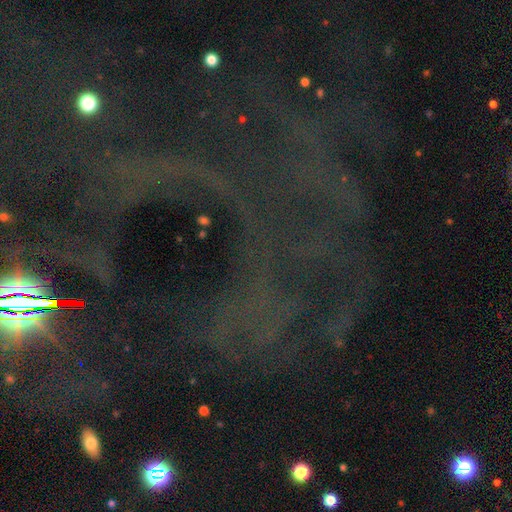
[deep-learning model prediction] This is likely a star or artifact rather than a galaxy (72%).